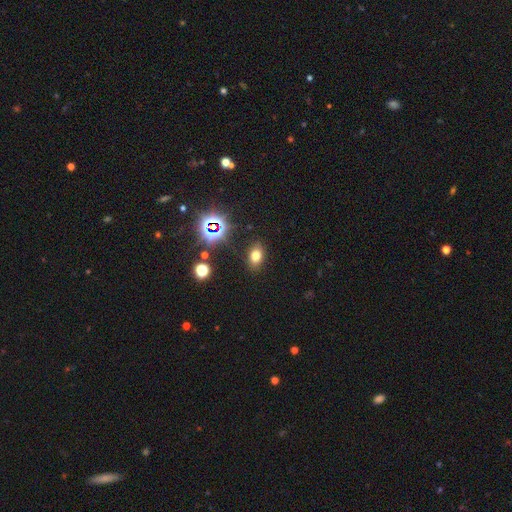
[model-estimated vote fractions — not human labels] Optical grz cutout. It shows a smooth galaxy with no disk features (69%) that is in between round and cigar-shaped (79%). Merging: none (87%).